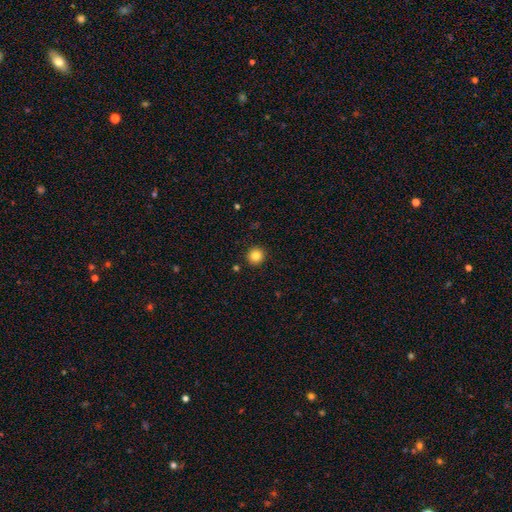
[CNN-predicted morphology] A smooth galaxy with no disk features (83%) that is round (95%).

Vote fractions:
- Smooth or featured? smooth: 83% / star or artifact: 11% / featured or disk: 6%
- How rounded? round: 95% / in between: 4% / cigar-shaped: 1%
- Merging? none: 92% / minor disturbance: 5% / major disturbance: 2% / merger: 1%